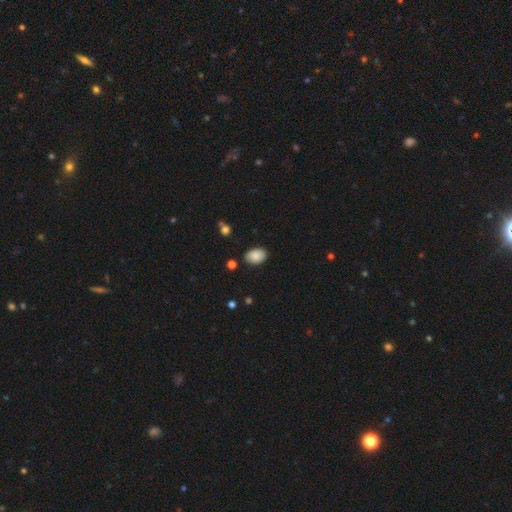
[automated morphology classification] A smooth galaxy with no disk features (87%) that is in between round and cigar-shaped (83%).

Vote fractions:
- Smooth or featured? smooth: 87% / star or artifact: 8% / featured or disk: 5%
- How rounded? in between: 83% / round: 16% / cigar-shaped: 1%
- Merging? none: 84% / minor disturbance: 12% / major disturbance: 2% / merger: 2%